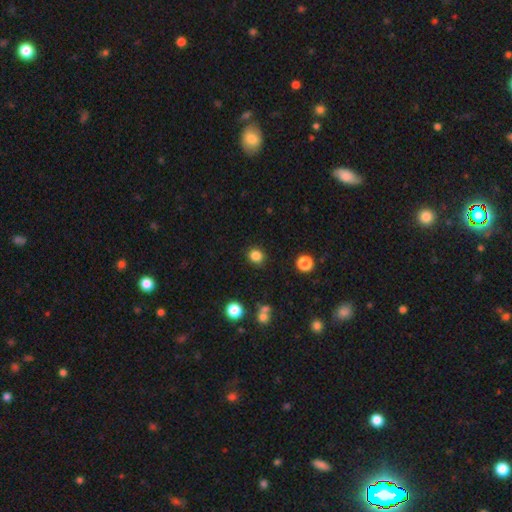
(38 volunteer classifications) This is clearly a smooth galaxy (84%). How rounded: clearly round (91%). Merging: clearly none (83%).